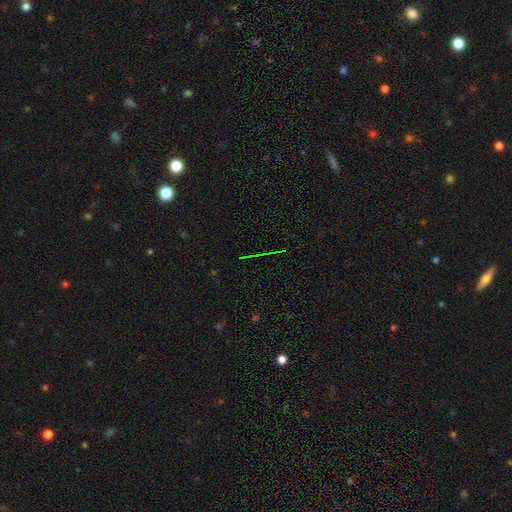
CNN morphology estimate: The model was most divided on "smooth or featured": star or artifact: 73%, smooth: 14%, featured or disk: 13%.